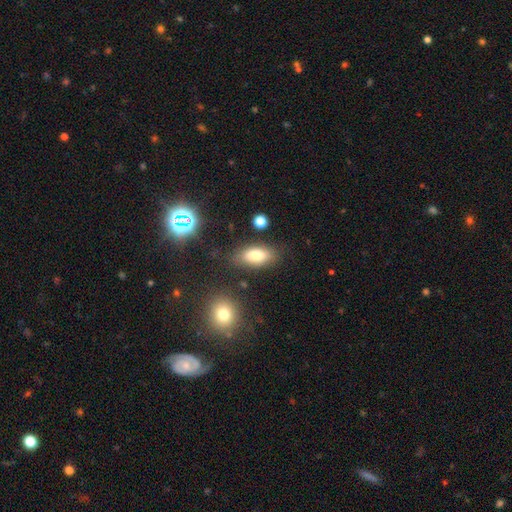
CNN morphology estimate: Smooth or featured? Predicted: smooth (p=0.79). How rounded? Predicted: in between (p=0.85). Merging? Predicted: none (p=0.79).